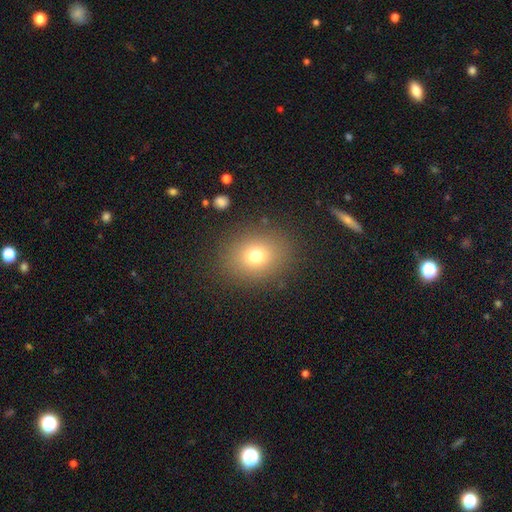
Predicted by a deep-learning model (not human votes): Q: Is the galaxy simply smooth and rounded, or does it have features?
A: smooth — 74%.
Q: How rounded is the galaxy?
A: round — 57%.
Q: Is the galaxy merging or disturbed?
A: none — 86%.